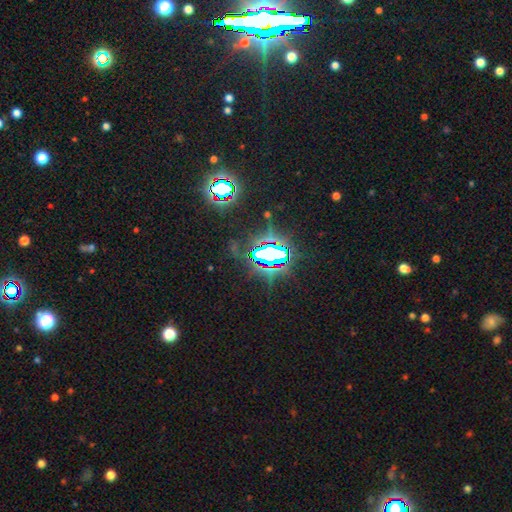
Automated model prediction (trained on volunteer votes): Smooth or featured? star or artifact (84%)